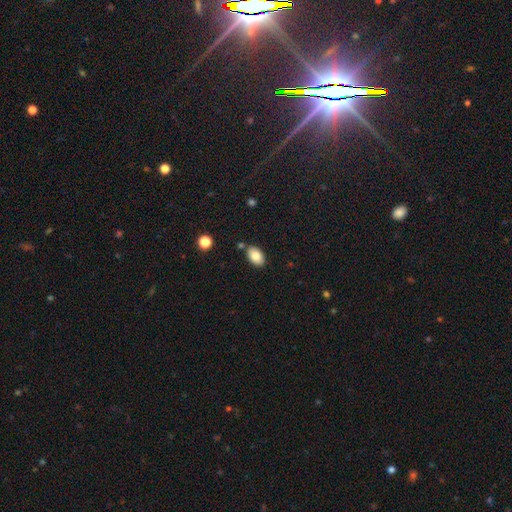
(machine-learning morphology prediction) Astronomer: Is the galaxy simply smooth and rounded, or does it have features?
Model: smooth — 83%.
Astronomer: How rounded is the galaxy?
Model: in between — 91%.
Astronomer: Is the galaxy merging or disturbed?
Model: none — 81%.